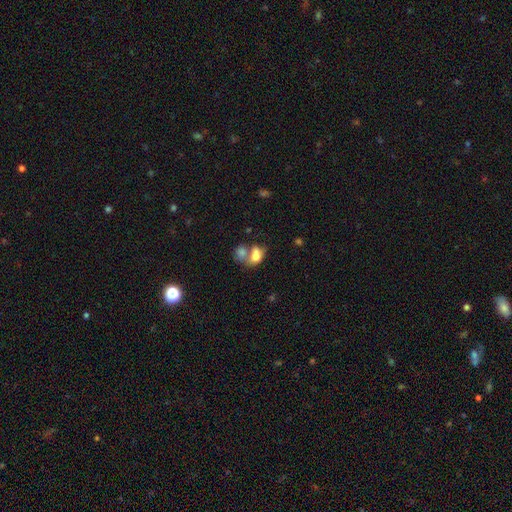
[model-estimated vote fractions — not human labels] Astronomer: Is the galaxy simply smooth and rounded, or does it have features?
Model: smooth — 71%.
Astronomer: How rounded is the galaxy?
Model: in between — 72%.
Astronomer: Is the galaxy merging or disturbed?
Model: merger — 65%.